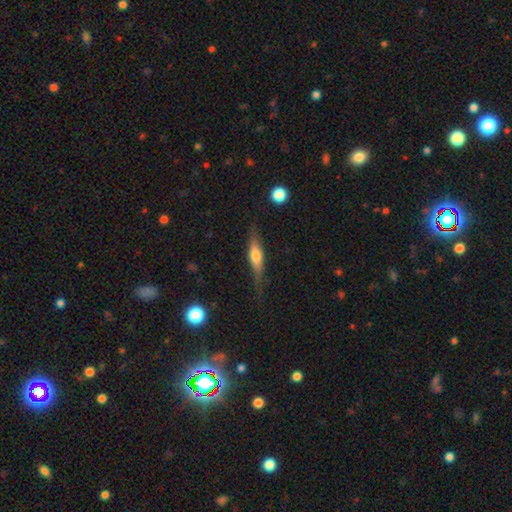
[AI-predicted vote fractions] Smooth or featured? smooth (47%, tied with featured or disk)
Merging? none (75%)